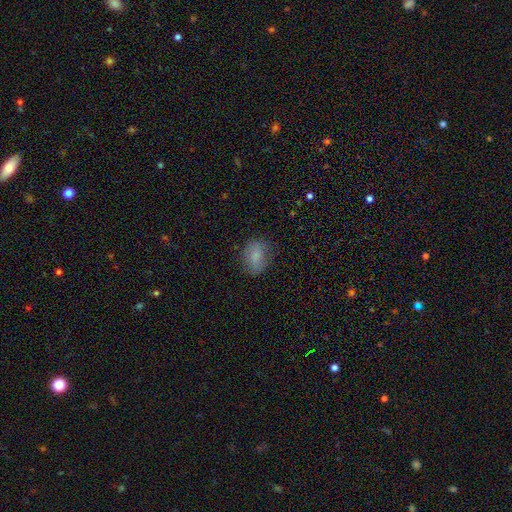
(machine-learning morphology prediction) smooth-or-featured: smooth: 81% | featured or disk: 10% | star or artifact: 9%
  how-rounded: in between: 61% | round: 37% | cigar-shaped: 2%
  merging: none: 76% | minor disturbance: 18% | major disturbance: 5% | merger: 1%